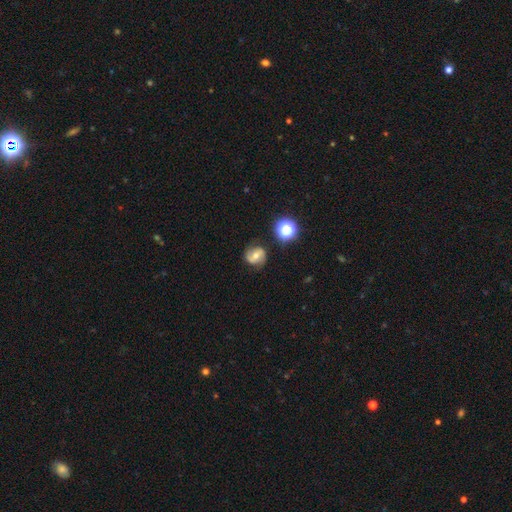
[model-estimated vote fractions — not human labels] A featured or disk galaxy (60%) with a weak bar (41%), 2 (87%) medium (47%) spiral arms (88%) and a moderate central bulge (58%).

Vote fractions:
- Smooth or featured? featured or disk: 60% / smooth: 28% / star or artifact: 11%
- Edge-on disk? no: 97% / yes: 3%
- Bar? weak: 41% / no: 39% / strong: 19%
- Spiral arms? yes: 88% / no: 12%
- Spiral winding? medium: 47% / tight: 29% / loose: 25%
- Spiral arm count? 2: 87% / can't tell: 7% / 1: 3% / 3: 1% / 4: 1% / more than 4: 1%
- Bulge size? moderate: 58% / small: 34% / large: 4% / none: 3% / dominant: 1%
- Merging? none: 80% / minor disturbance: 14% / major disturbance: 4% / merger: 2%